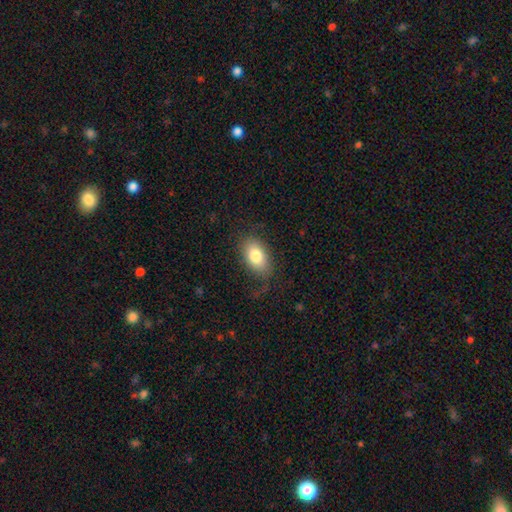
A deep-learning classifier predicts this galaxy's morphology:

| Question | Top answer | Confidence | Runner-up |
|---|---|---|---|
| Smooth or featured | smooth | 78% | featured or disk (14%) |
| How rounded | in between | 91% | round (8%) |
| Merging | none | 74% | minor disturbance (16%) |